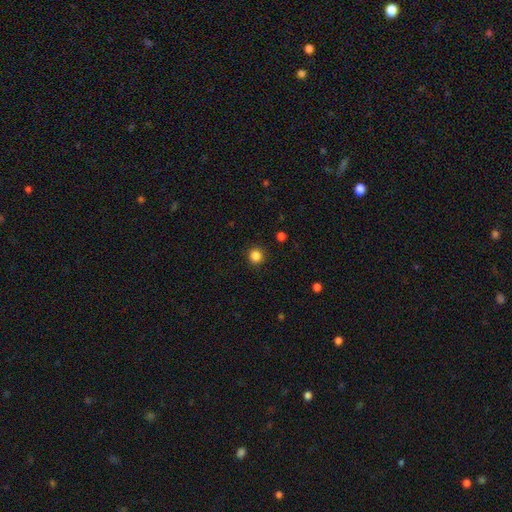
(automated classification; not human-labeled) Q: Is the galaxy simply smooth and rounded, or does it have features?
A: smooth — 85%.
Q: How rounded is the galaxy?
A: round — 93%.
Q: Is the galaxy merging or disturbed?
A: none — 91%.